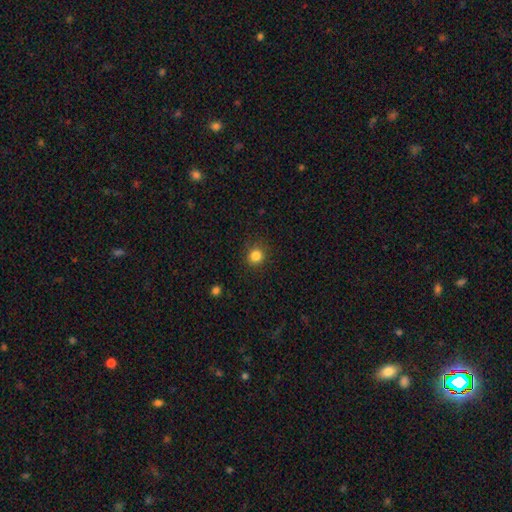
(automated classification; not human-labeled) This appears to be a smooth galaxy with no disk features (84%) that is round (91%). Merging: none (89%).